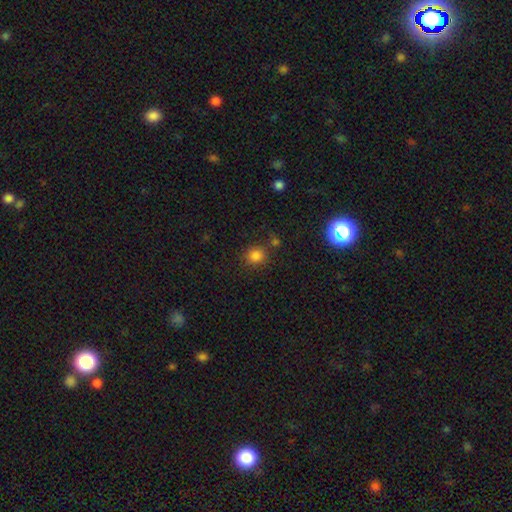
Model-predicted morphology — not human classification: type=smooth (81%); roundness=round (81%); merging=none (76%).